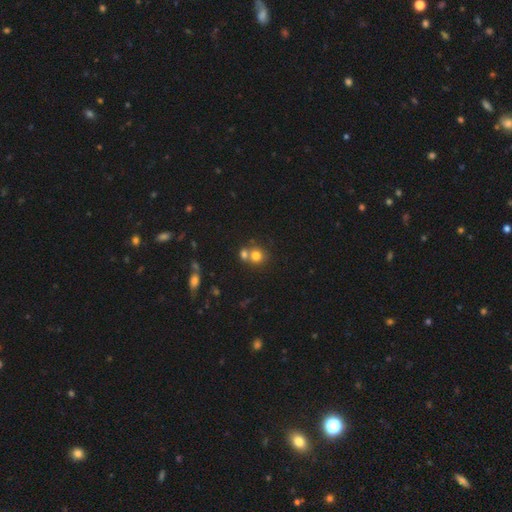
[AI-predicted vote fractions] smooth-or-featured: smooth: 76% | star or artifact: 13% | featured or disk: 11%
  how-rounded: round: 84% | in between: 15% | cigar-shaped: 1%
  merging: none: 48% | merger: 42% | minor disturbance: 7% | major disturbance: 3%